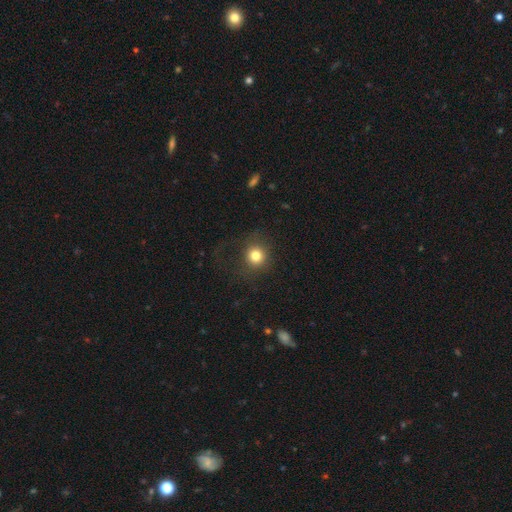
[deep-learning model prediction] smooth 79%, star or artifact 13%, featured or disk 8%. Down the decision tree: how rounded — round (91%); merging — none (76%).